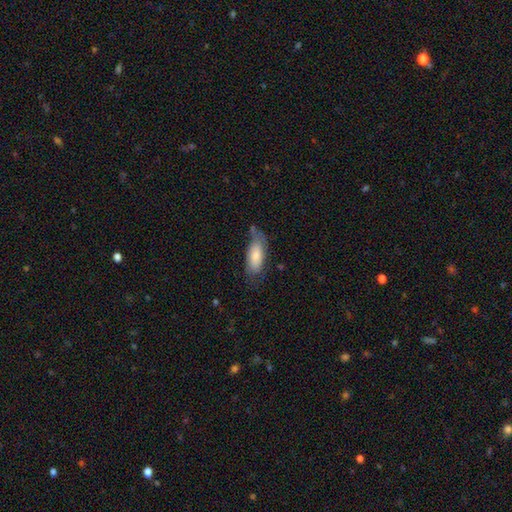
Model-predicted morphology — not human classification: Smooth or featured? Predicted: smooth (p=0.75). How rounded? Predicted: in between (p=0.81). Merging? Predicted: none (p=0.54).